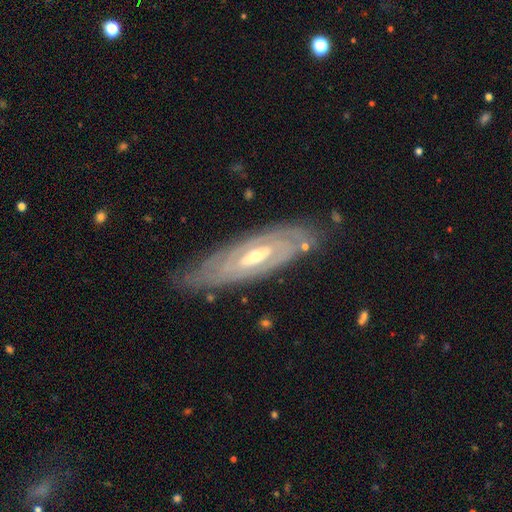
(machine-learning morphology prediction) type=featured or disk (85%); edge-on=no (83%); bar=no (46%); spiral arms=yes (81%); winding=tight (76%); arm count=can't tell (47%); bulge=moderate (48%); merging=none (76%).